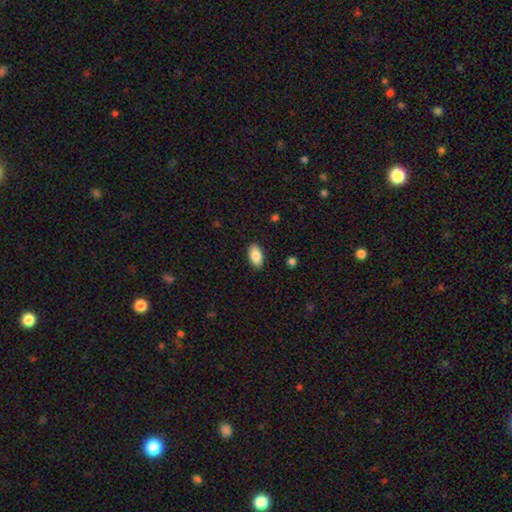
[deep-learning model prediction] A smooth galaxy with no disk features (86%) that is in between round and cigar-shaped (94%). Merging: none (89%).